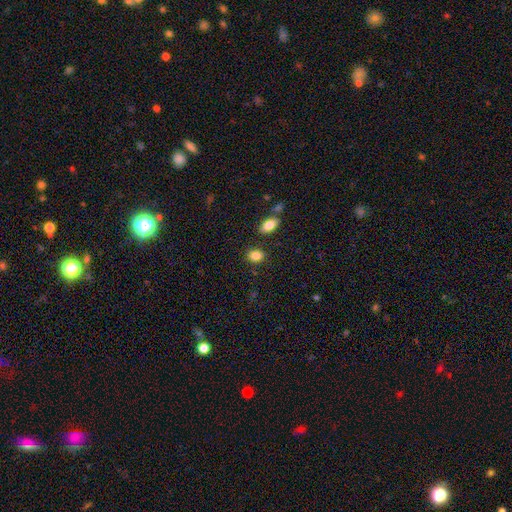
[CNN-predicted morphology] This appears to be a smooth galaxy with no disk features (86%) that is in between round and cigar-shaped (61%). Merging: none (82%).